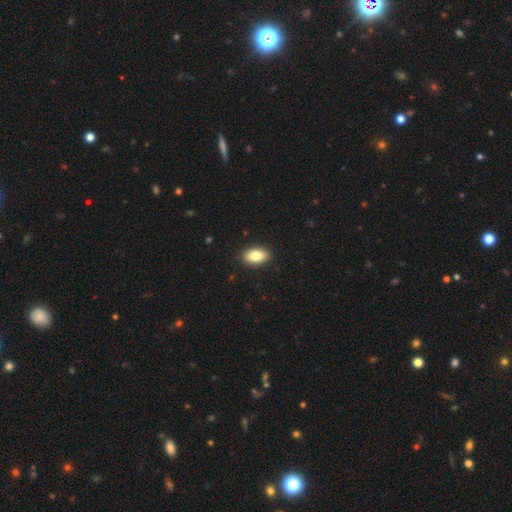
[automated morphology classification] type=smooth (82%); roundness=in between (91%); merging=none (90%).